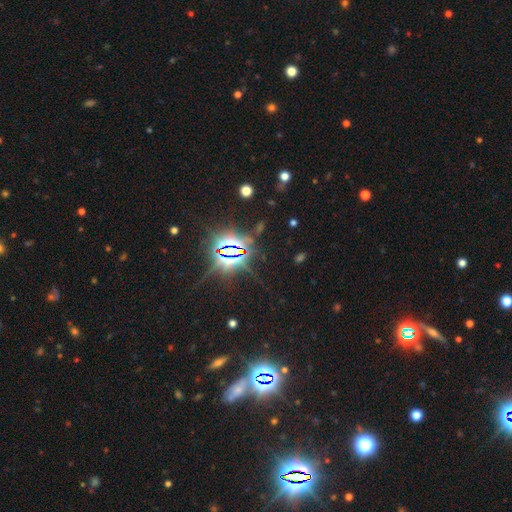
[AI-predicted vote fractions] A star or artifact, not a galaxy (83%).